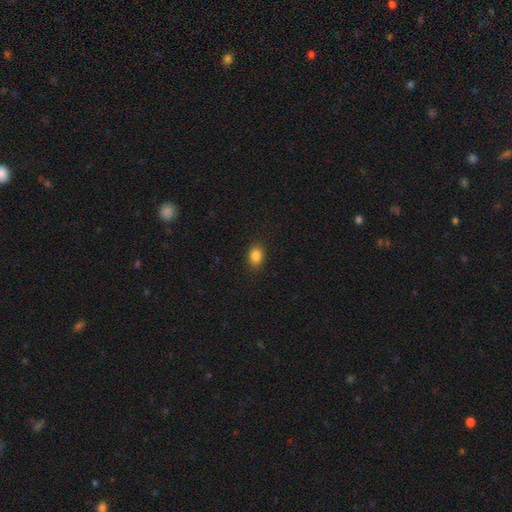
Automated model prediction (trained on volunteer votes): A smooth galaxy with no disk features (85%) that is in between round and cigar-shaped (71%).

Vote fractions:
- Smooth or featured? smooth: 85% / star or artifact: 10% / featured or disk: 5%
- How rounded? in between: 71% / round: 27% / cigar-shaped: 1%
- Merging? none: 89% / minor disturbance: 8% / major disturbance: 2% / merger: 1%